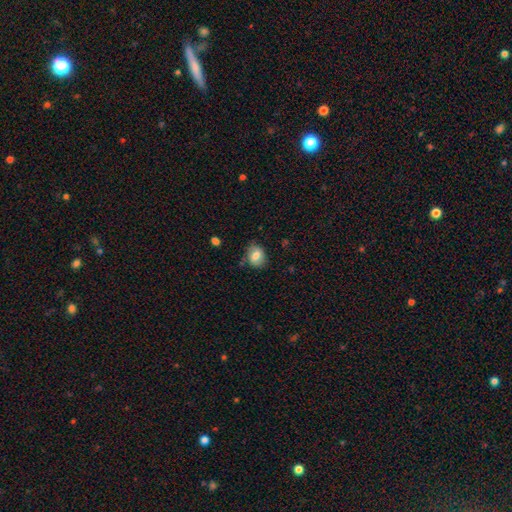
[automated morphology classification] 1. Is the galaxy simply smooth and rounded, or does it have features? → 71% smooth, 21% featured or disk, 8% star or artifact.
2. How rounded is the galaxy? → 54% in between, 44% round, 1% cigar-shaped.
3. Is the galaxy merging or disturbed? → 70% none, 22% minor disturbance, 6% major disturbance, 2% merger.